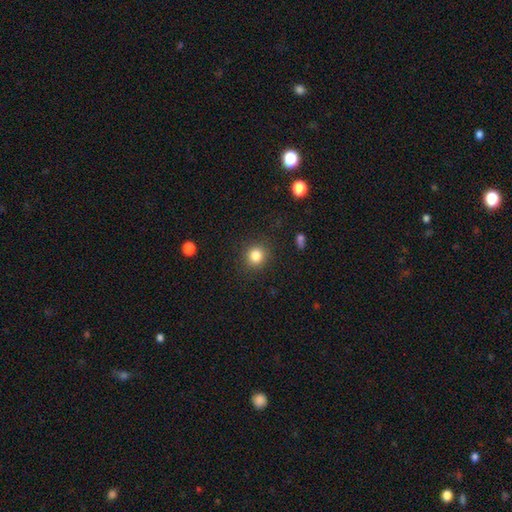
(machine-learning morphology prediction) smooth 83%, star or artifact 11%, featured or disk 5%. Down the decision tree: how rounded — round (90%); merging — none (89%).